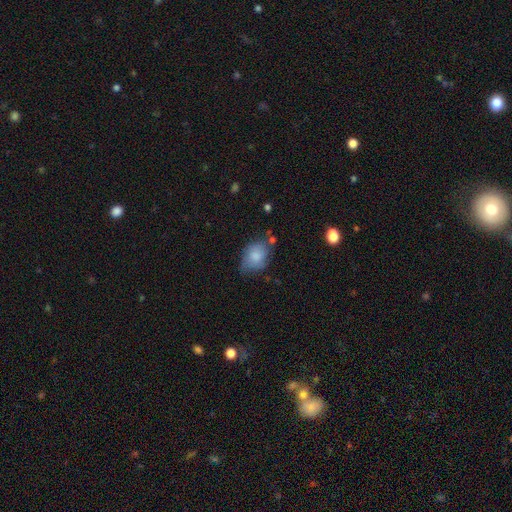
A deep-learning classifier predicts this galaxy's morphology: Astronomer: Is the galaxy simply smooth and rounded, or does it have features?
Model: smooth — 78%.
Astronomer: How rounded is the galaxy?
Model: in between — 68%.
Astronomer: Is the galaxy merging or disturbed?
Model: none — 51% (runner-up: minor disturbance, 33%).